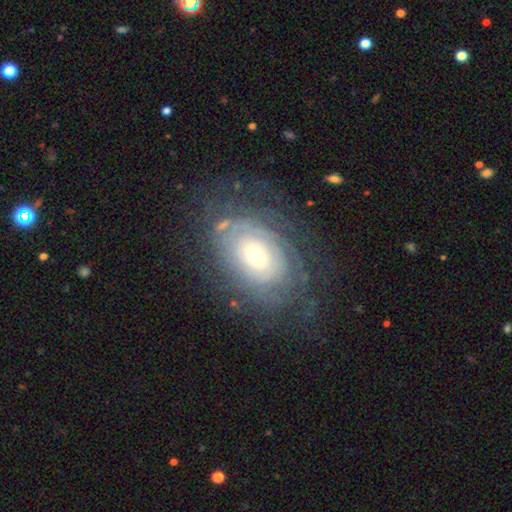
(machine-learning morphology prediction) Smooth or featured?
  - featured or disk: 73% *
  - smooth: 19%
  - star or artifact: 8%
Edge-on disk?
  - no: 95% *
  - yes: 5%
Bar?
  - no: 77% *
  - weak: 18%
  - strong: 5%
Spiral arms?
  - yes: 83% *
  - no: 17%
Spiral winding?
  - tight: 75% *
  - medium: 17%
  - loose: 7%
Spiral arm count?
  - can't tell: 60% *
  - 2: 12%
  - 3: 8%
  - 4: 7%
  - more than 4: 7%
  - 1: 5%
Bulge size?
  - moderate: 48% *
  - small: 33%
  - large: 15%
  - dominant: 2%
  - none: 2%
Merging?
  - none: 67% *
  - minor disturbance: 18%
  - major disturbance: 12%
  - merger: 2%